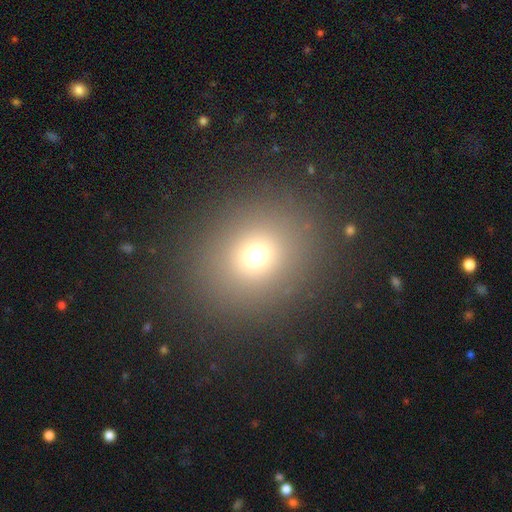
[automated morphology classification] Smooth or featured? Predicted: smooth (p=0.70). How rounded? Predicted: round (p=0.76). Merging? Predicted: none (p=0.88).